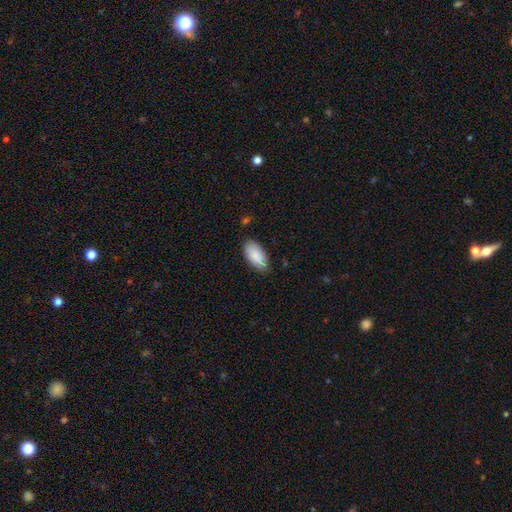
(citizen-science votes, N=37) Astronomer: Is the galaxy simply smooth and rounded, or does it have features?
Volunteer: smooth — 81%.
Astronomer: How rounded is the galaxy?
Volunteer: in between — 87%.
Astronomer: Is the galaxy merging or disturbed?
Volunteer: none — 63%.